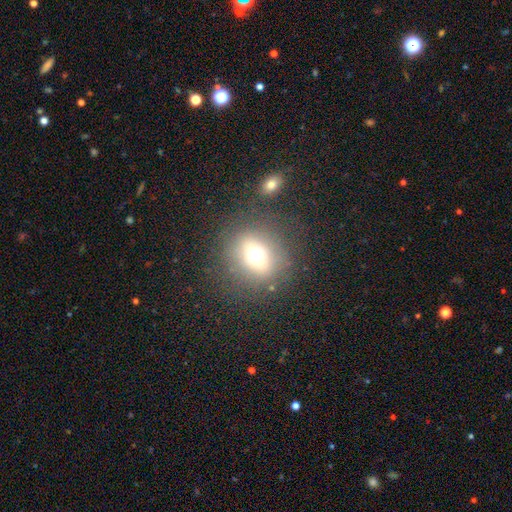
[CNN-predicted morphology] Smooth or featured? smooth (61%)
How rounded? round (72%)
Merging? none (77%)